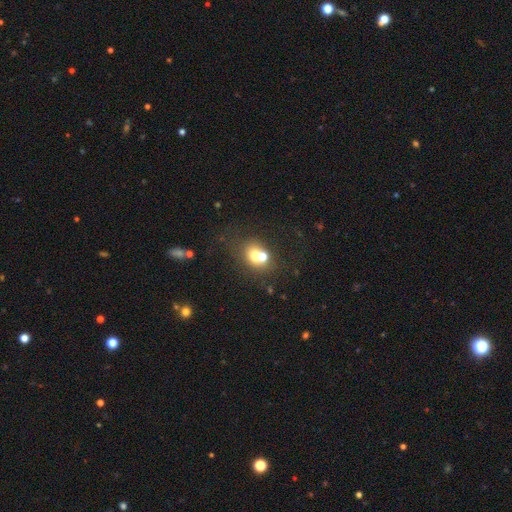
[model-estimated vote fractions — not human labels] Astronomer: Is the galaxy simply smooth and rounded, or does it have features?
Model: smooth — 64%.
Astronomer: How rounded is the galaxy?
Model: round — 67%.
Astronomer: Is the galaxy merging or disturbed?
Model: merger — 45% (runner-up: none, 42%).